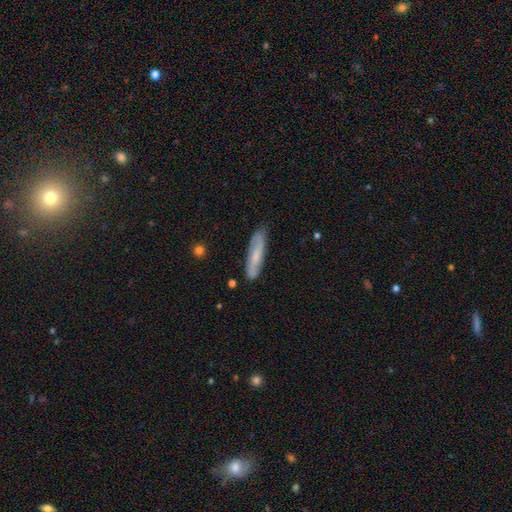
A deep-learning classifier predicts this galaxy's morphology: Q: Smooth or featured?
A: smooth (60%); runner-up: featured or disk (34%)
Q: How rounded?
A: cigar-shaped (81%); runner-up: in between (18%)
Q: Merging?
A: none (83%); runner-up: minor disturbance (13%)